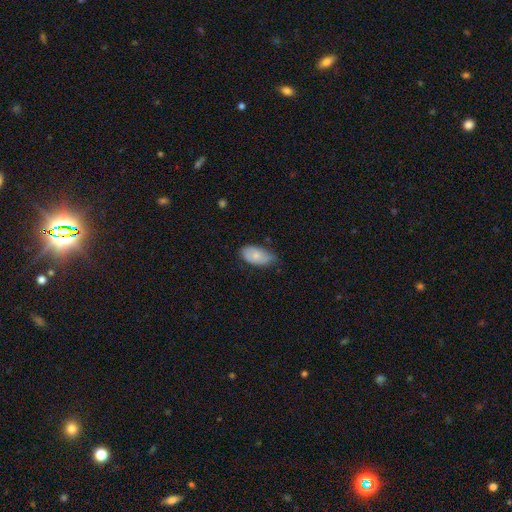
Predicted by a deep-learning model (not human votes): smooth-or-featured: smooth: 74% | featured or disk: 19% | star or artifact: 6%
  how-rounded: in between: 94% | round: 4% | cigar-shaped: 2%
  merging: none: 50% | minor disturbance: 41% | major disturbance: 8% | merger: 2%